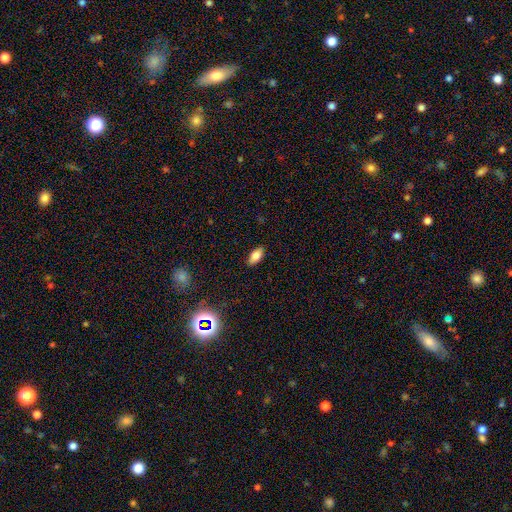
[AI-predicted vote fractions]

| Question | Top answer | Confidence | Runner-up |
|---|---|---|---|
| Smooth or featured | smooth | 78% | featured or disk (12%) |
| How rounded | in between | 89% | cigar-shaped (7%) |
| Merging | none | 87% | minor disturbance (10%) |